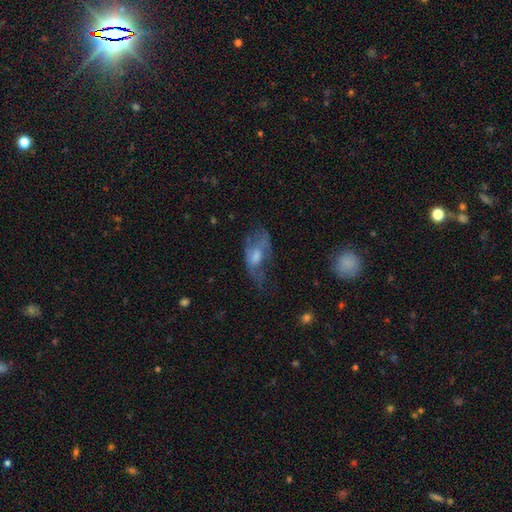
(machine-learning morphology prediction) Smooth or featured? Predicted: featured or disk (p=0.49). Merging? Predicted: none (p=0.36, tied with major disturbance).